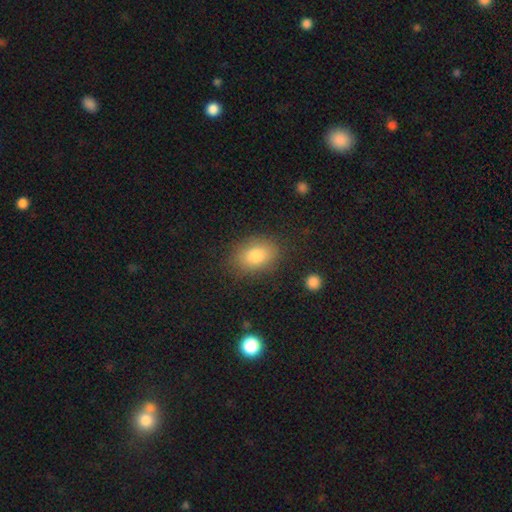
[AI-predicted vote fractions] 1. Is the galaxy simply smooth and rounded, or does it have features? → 82% smooth, 9% featured or disk, 9% star or artifact.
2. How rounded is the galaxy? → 78% in between, 21% round, 1% cigar-shaped.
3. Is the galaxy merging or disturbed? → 82% none, 12% minor disturbance, 4% major disturbance, 2% merger.